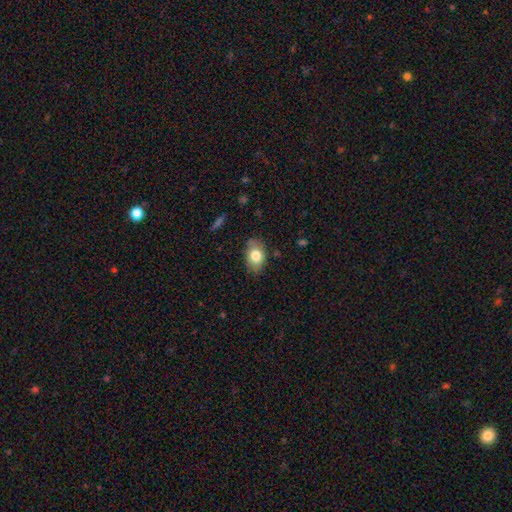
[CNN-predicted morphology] smooth_or_featured: smooth (p=0.78) [alt: featured or disk p=0.15]
how_rounded: in between (p=0.84) [alt: round p=0.15]
merging: none (p=0.79) [alt: minor disturbance p=0.16]